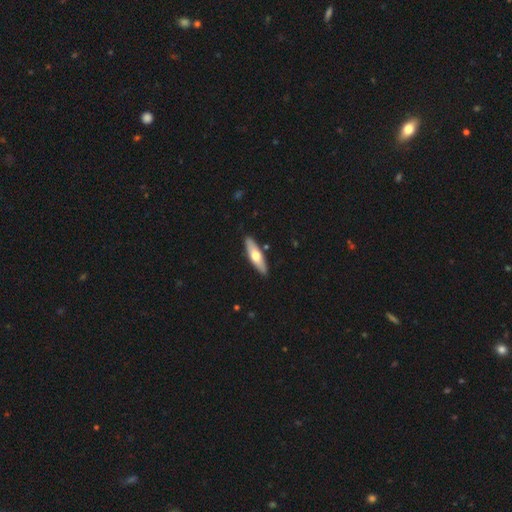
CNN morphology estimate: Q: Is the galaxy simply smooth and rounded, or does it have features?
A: smooth — 56%.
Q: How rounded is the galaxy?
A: cigar-shaped — 60%.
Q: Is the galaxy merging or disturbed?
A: none — 88%.